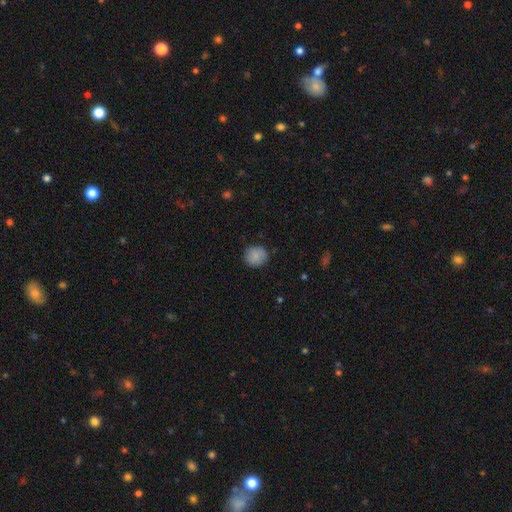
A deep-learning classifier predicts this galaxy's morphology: smooth-or-featured: smooth: 85% | star or artifact: 8% | featured or disk: 7%
  how-rounded: round: 87% | in between: 12% | cigar-shaped: 1%
  merging: none: 86% | minor disturbance: 10% | major disturbance: 2% | merger: 1%